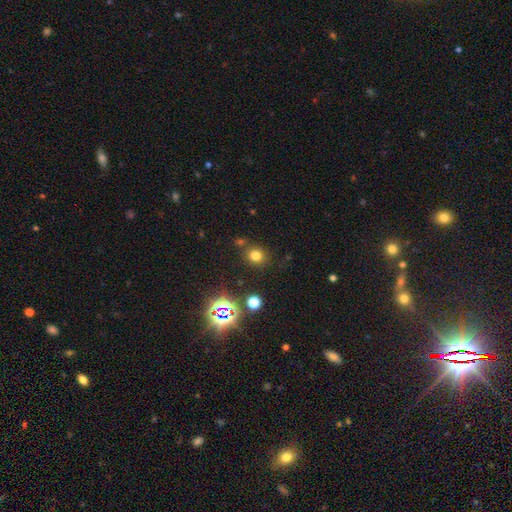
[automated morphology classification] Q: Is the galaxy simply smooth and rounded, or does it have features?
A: smooth — 72%.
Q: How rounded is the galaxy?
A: round — 81%.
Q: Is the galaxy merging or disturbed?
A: none — 81%.